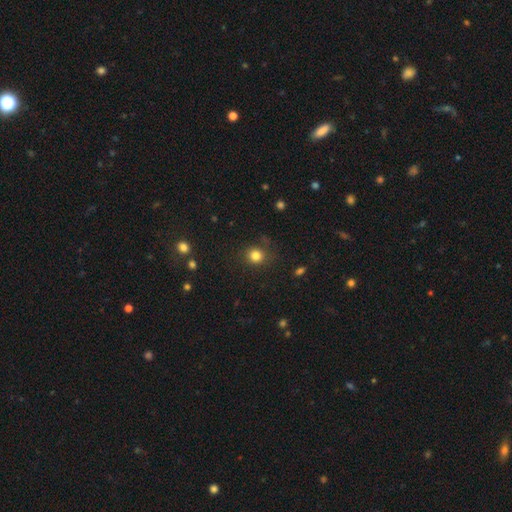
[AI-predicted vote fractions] smooth 82%, star or artifact 13%, featured or disk 5%. Down the decision tree: how rounded — round (88%); merging — none (83%).